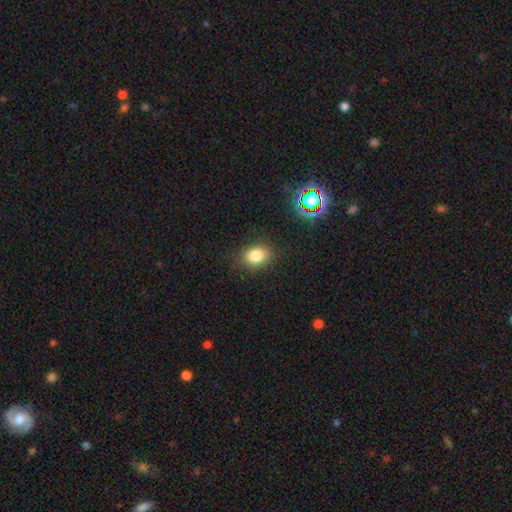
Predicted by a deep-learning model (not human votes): smooth 81%, star or artifact 12%, featured or disk 7%. Down the decision tree: how rounded — in between (62%); merging — none (83%).